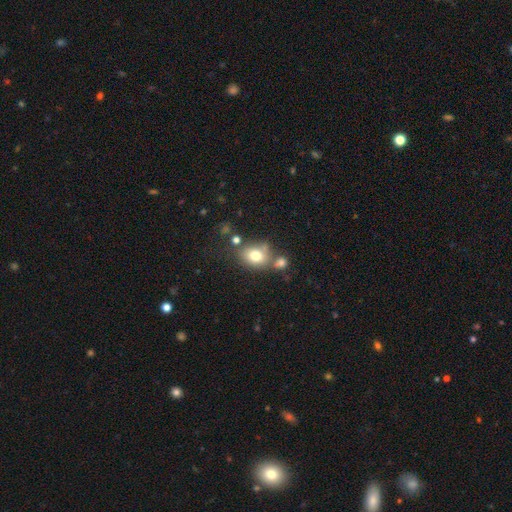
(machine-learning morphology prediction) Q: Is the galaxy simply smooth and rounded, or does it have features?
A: smooth — 75%.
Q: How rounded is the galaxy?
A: in between — 51%.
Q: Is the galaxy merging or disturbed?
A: none — 55%.